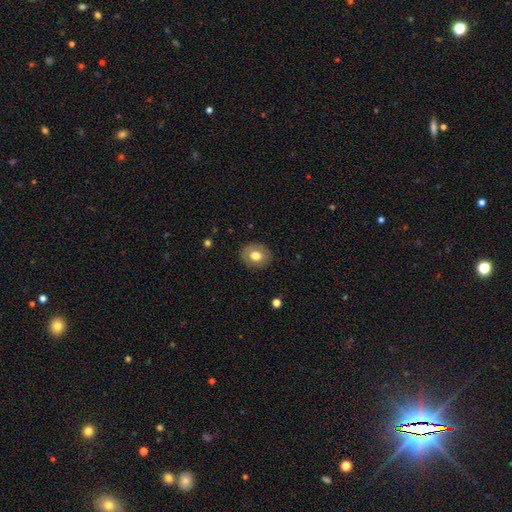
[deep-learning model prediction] A smooth galaxy with no disk features (73%) that is round (66%). Merging: none (88%).